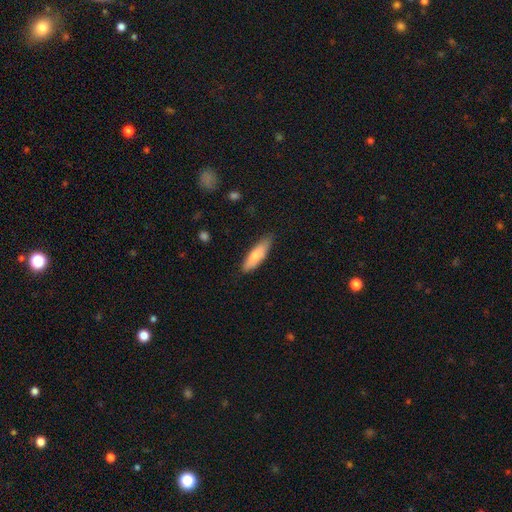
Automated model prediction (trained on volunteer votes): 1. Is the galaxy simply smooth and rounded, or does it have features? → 76% smooth, 18% featured or disk, 6% star or artifact.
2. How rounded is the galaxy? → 56% cigar-shaped, 43% in between, 2% round.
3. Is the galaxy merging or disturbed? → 81% none, 15% minor disturbance, 2% major disturbance, 1% merger.